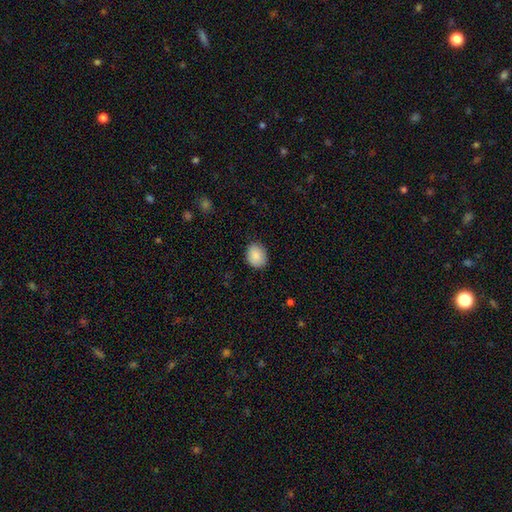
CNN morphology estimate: Smooth or featured: smooth — 89% (star or artifact — 7%)
How rounded: in between — 57% (round — 43%)
Merging: none — 84% (minor disturbance — 12%)